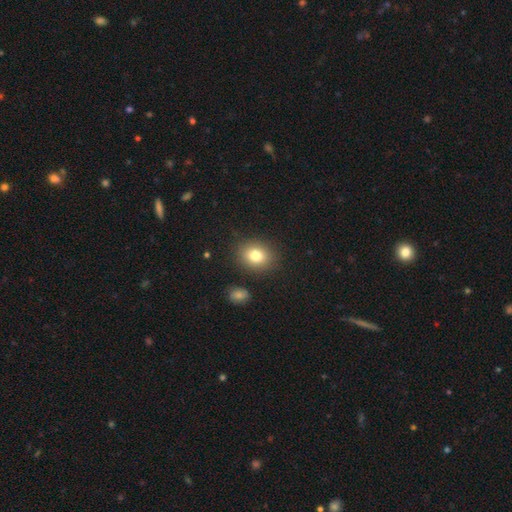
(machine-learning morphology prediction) Smooth or featured: smooth — 80% (star or artifact — 11%)
How rounded: round — 57% (in between — 42%)
Merging: none — 86% (minor disturbance — 9%)